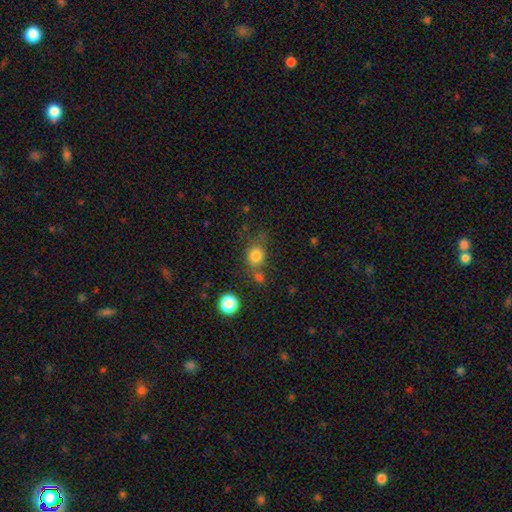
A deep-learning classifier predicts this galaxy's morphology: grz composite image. It shows a smooth galaxy with no disk features (80%) that is round (72%). Merging: none (55%).